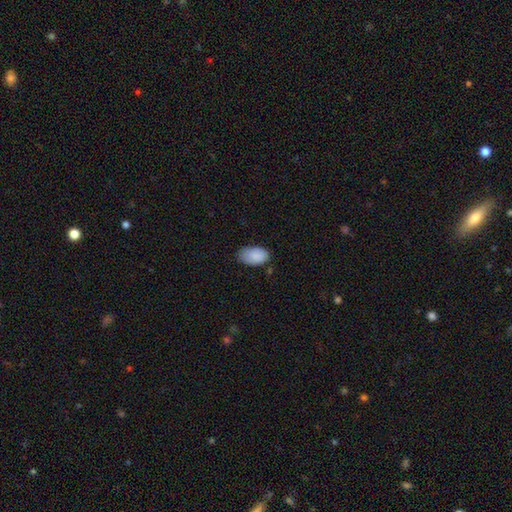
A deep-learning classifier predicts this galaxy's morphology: type=smooth (88%); roundness=in between (94%); merging=none (65%).